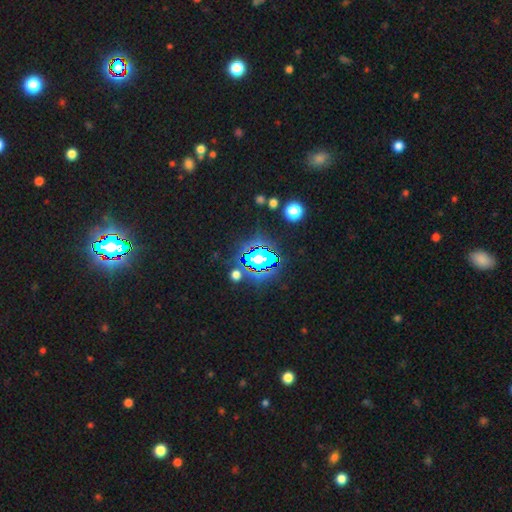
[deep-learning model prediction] Q: Smooth or featured?
A: star or artifact (82%); runner-up: smooth (11%)